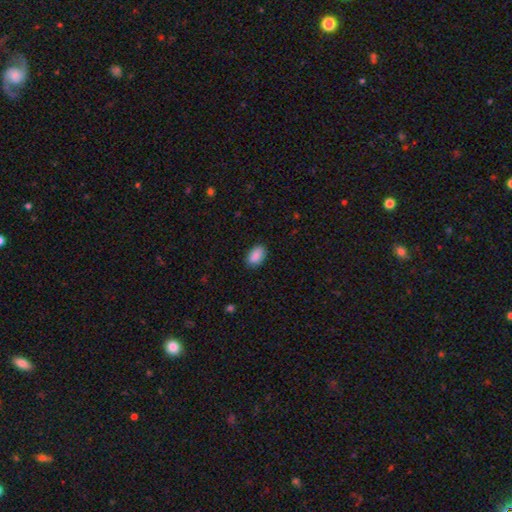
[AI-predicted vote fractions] This is clearly a smooth galaxy (90%). How rounded: clearly in between (91%). Merging: clearly none (85%).